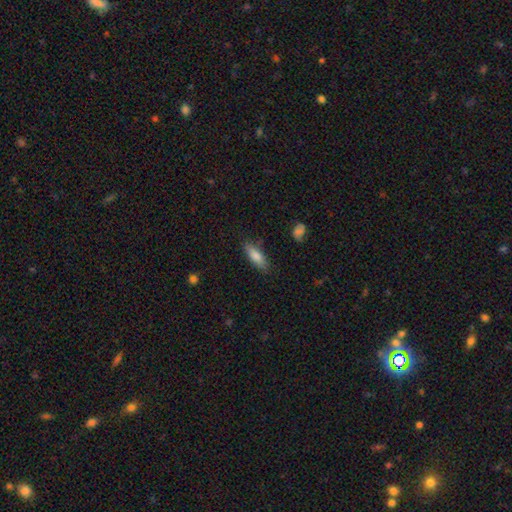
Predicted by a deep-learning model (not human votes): Morphology: type=smooth (79%); roundness=in between (56%); merging=none (82%).